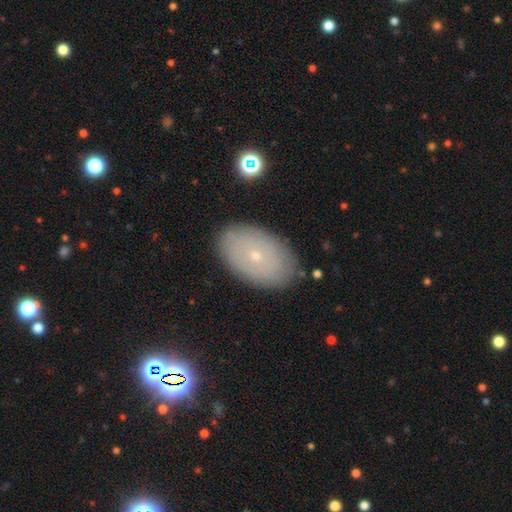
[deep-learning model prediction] Q: Smooth or featured?
A: smooth (53%); runner-up: featured or disk (35%)
Q: How rounded?
A: in between (90%); runner-up: round (9%)
Q: Merging?
A: none (87%); runner-up: minor disturbance (10%)